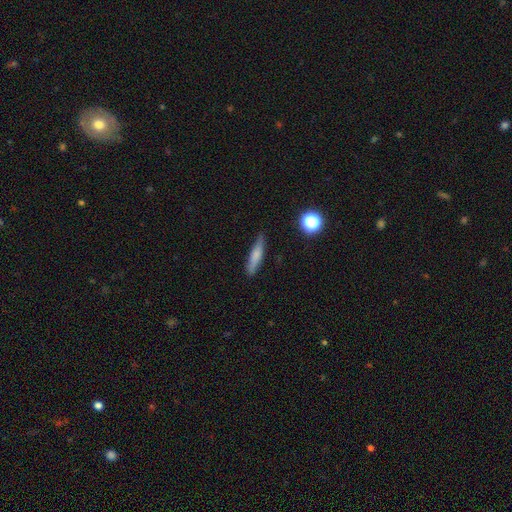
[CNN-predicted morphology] The model was most divided on "smooth or featured": smooth: 67%, featured or disk: 25%, star or artifact: 8%. More confident: how rounded — cigar-shaped (86%); merging — none (82%).